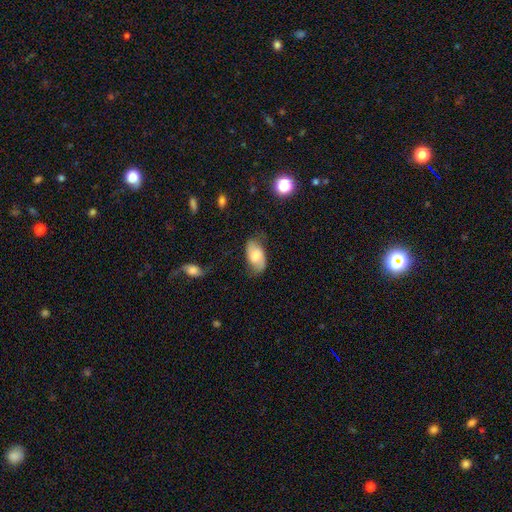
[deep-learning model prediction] Smooth or featured: smooth — 61% (featured or disk — 32%)
How rounded: in between — 93% (round — 5%)
Merging: none — 67% (minor disturbance — 23%)